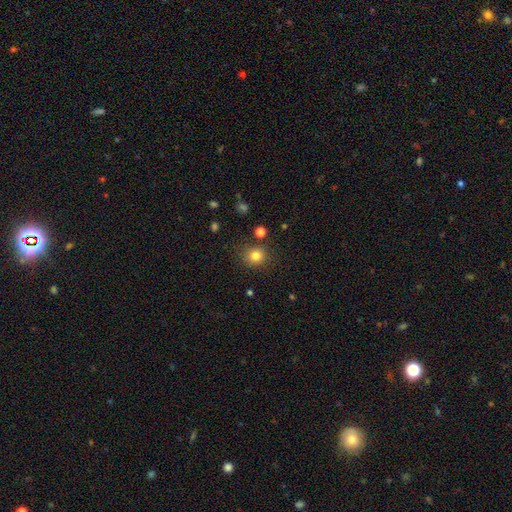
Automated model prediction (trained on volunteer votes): Q: Smooth or featured?
A: smooth (81%); runner-up: star or artifact (13%)
Q: How rounded?
A: round (85%); runner-up: in between (14%)
Q: Merging?
A: none (84%); runner-up: minor disturbance (10%)